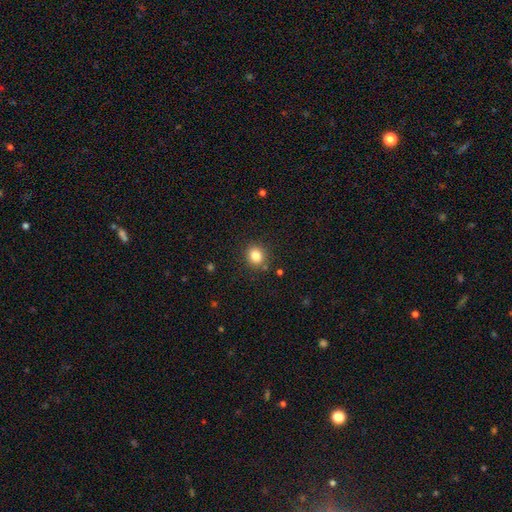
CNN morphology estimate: smooth_or_featured: smooth (p=0.82) [alt: star or artifact p=0.12]
how_rounded: round (p=0.79) [alt: in between p=0.20]
merging: none (p=0.87) [alt: minor disturbance p=0.08]